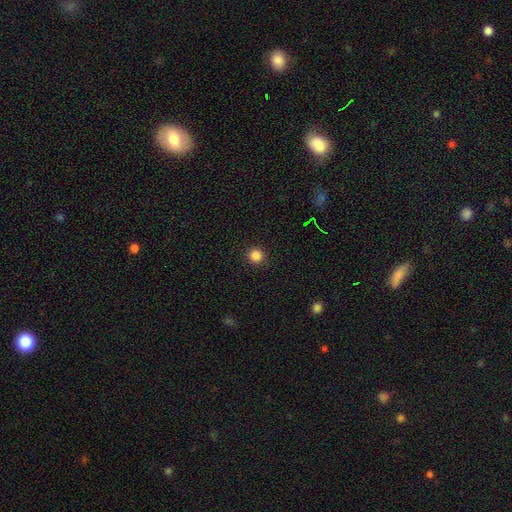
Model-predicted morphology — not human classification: A smooth galaxy with no disk features (85%) that is round (95%).

Vote fractions:
- Smooth or featured? smooth: 85% / star or artifact: 12% / featured or disk: 3%
- How rounded? round: 95% / in between: 4% / cigar-shaped: 1%
- Merging? none: 93% / minor disturbance: 4% / major disturbance: 2% / merger: 1%